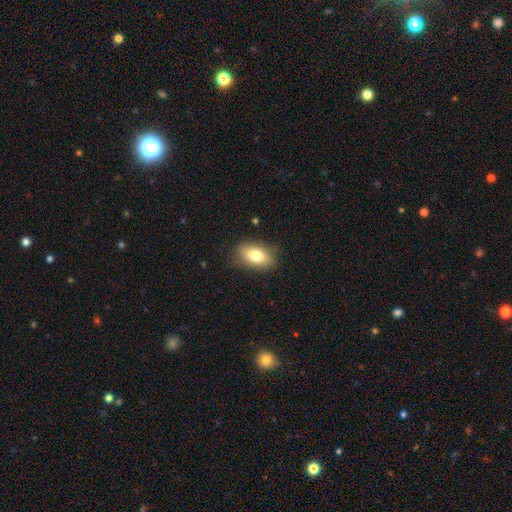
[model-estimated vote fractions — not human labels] A smooth galaxy with no disk features (76%) that is in between round and cigar-shaped (86%).

Vote fractions:
- Smooth or featured? smooth: 76% / featured or disk: 16% / star or artifact: 8%
- How rounded? in between: 86% / round: 10% / cigar-shaped: 4%
- Merging? none: 81% / minor disturbance: 14% / major disturbance: 3% / merger: 1%